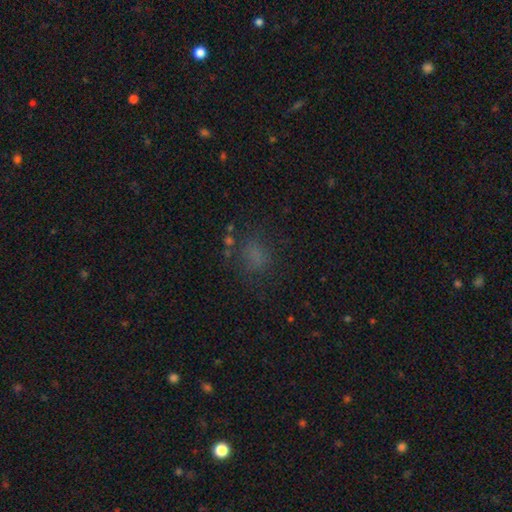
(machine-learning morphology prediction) Smooth or featured? smooth (64%)
How rounded? round (52%)
Merging? none (66%)